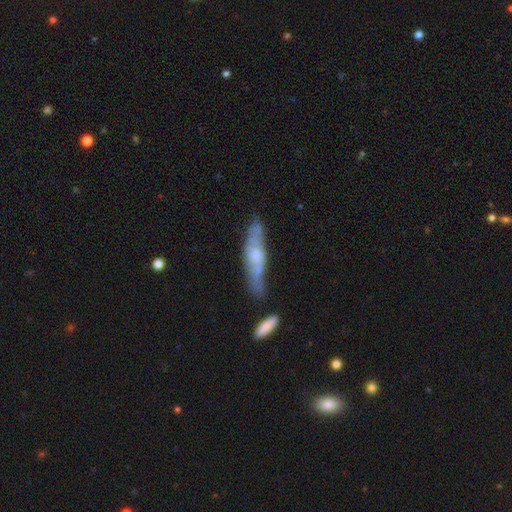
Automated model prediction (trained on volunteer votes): Smooth or featured? Predicted: featured or disk (p=0.57). Edge-on disk? Predicted: yes (p=0.57). Merging? Predicted: none (p=0.55).